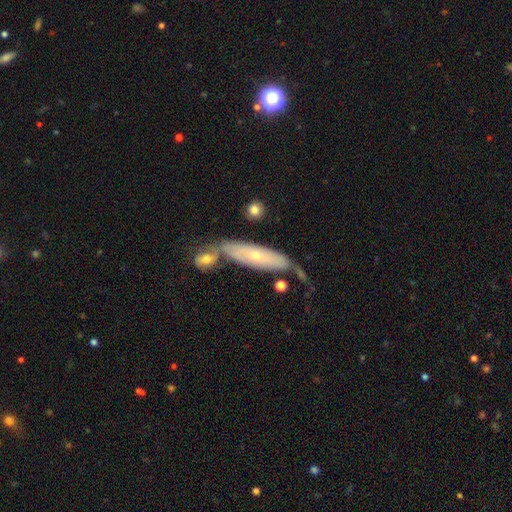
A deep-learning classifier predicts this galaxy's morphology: featured or disk 50%, smooth 43%, star or artifact 6%. Down the decision tree: edge-on disk — no (59%); merging — none (49%).